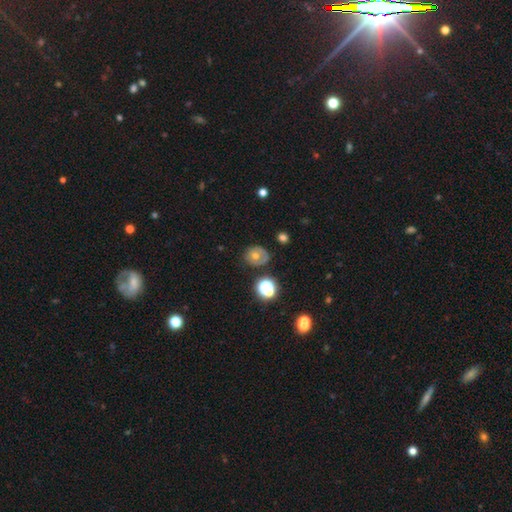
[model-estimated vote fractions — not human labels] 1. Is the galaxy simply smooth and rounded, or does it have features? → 41% smooth, 39% featured or disk, 20% star or artifact.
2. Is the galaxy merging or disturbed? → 76% none, 15% minor disturbance, 5% major disturbance, 3% merger.